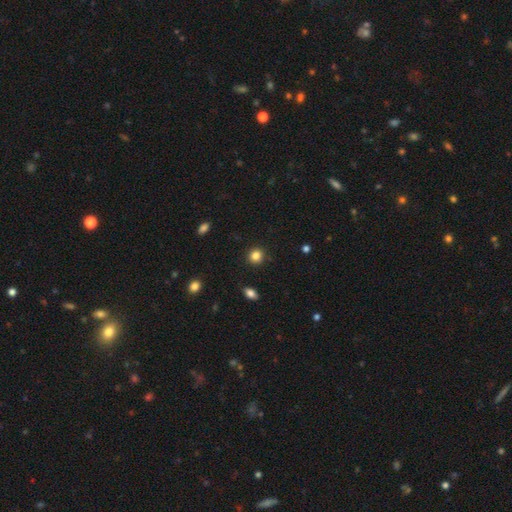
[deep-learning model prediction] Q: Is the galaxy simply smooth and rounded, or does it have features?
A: smooth — 85%.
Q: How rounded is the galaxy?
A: round — 90%.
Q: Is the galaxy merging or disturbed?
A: none — 91%.